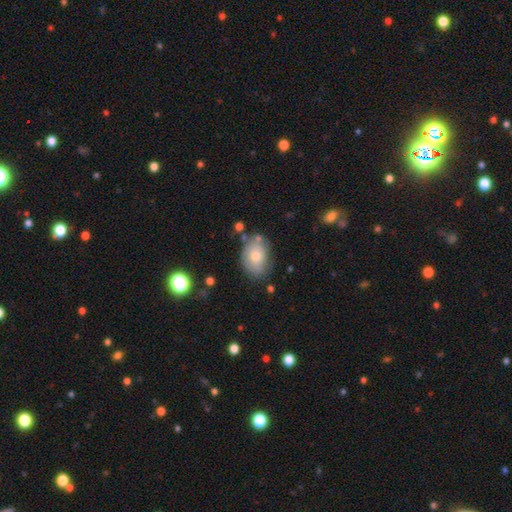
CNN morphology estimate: This is likely a smooth galaxy (73%). How rounded: clearly in between (80%). Merging: likely none (66%).